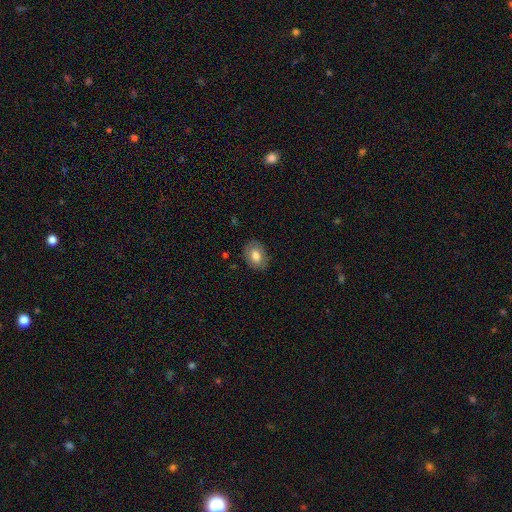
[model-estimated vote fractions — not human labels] smooth 74%, featured or disk 18%, star or artifact 8%. Down the decision tree: how rounded — in between (73%); merging — none (82%).